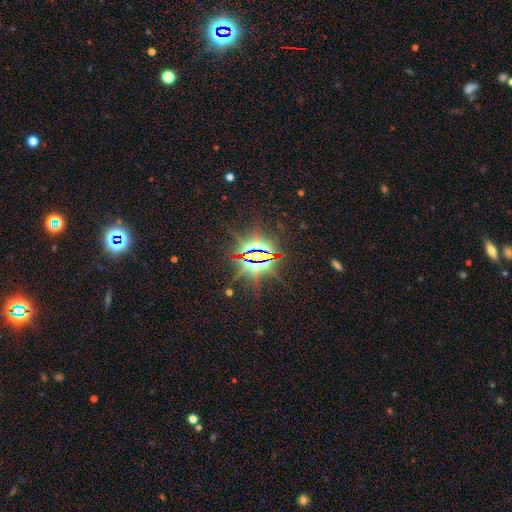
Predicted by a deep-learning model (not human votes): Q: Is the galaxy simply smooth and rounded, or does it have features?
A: star or artifact — 84%.